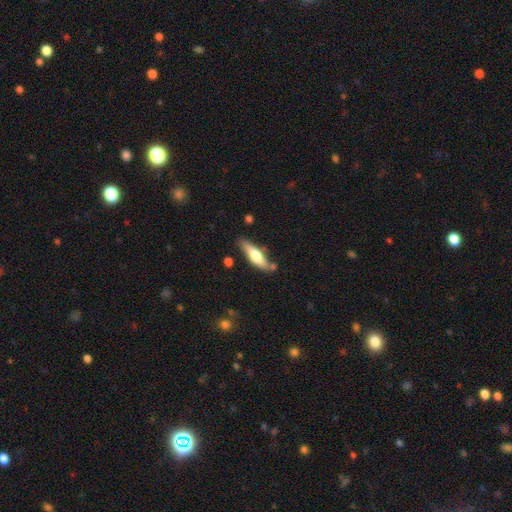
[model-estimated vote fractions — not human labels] Smooth or featured? smooth (49%)
Merging? none (75%)